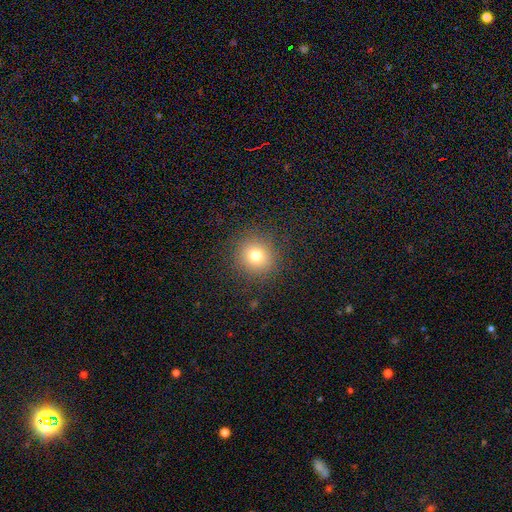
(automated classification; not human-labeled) smooth 76%, star or artifact 15%, featured or disk 9%. Down the decision tree: how rounded — round (92%); merging — none (88%).